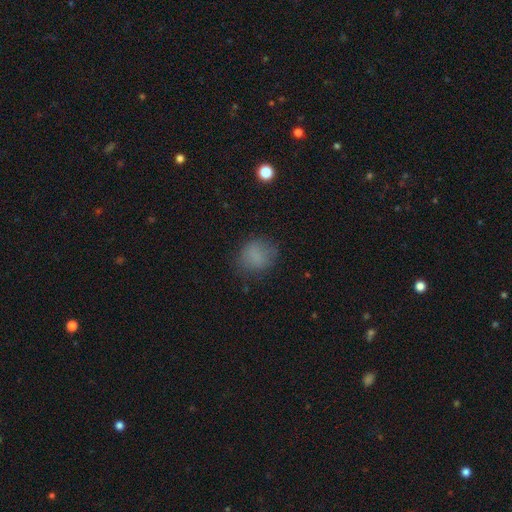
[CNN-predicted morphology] This appears to be a smooth galaxy with no disk features (79%) that is round (72%). Merging: none (72%).